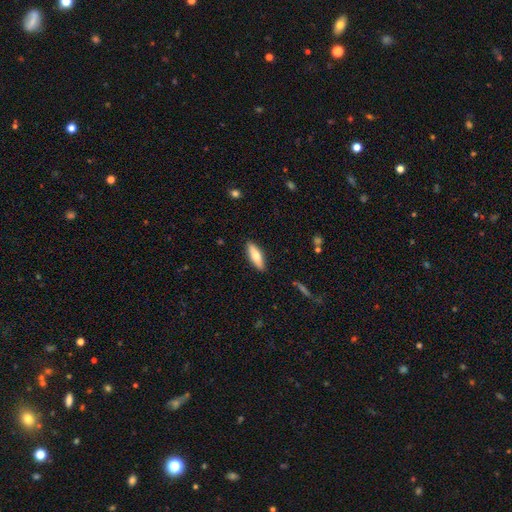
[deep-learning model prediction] Smooth or featured? smooth (72%)
How rounded? in between (51%)
Merging? none (89%)